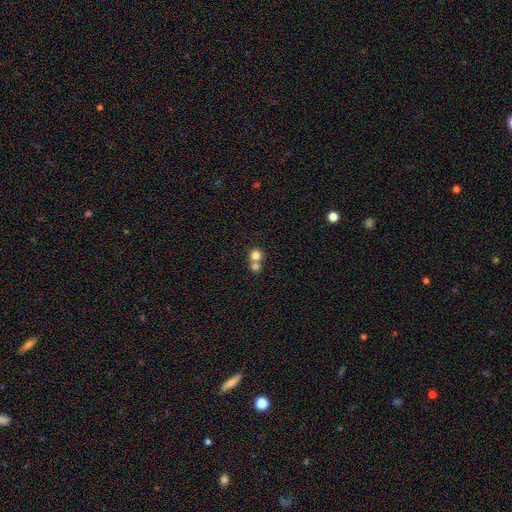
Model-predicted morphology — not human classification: This appears to be a smooth galaxy with no disk features (78%) that is round (88%). Merging: merger (55%).